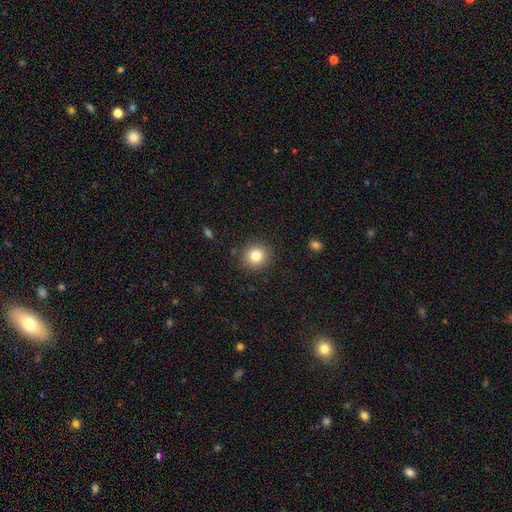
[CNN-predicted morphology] type=smooth (83%); roundness=round (87%); merging=none (89%).